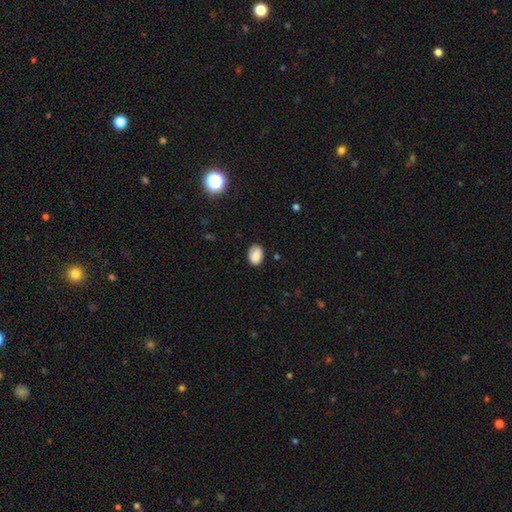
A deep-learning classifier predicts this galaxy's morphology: This appears to be a smooth galaxy with no disk features (84%) that is in between round and cigar-shaped (77%). Merging: none (76%).